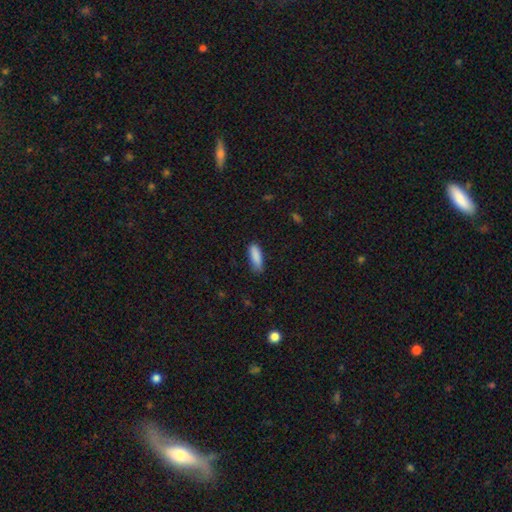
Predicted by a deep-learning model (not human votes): smooth_or_featured: smooth (p=0.88) [alt: star or artifact p=0.07]
how_rounded: in between (p=0.54) [alt: cigar-shaped p=0.45]
merging: none (p=0.74) [alt: minor disturbance p=0.21]